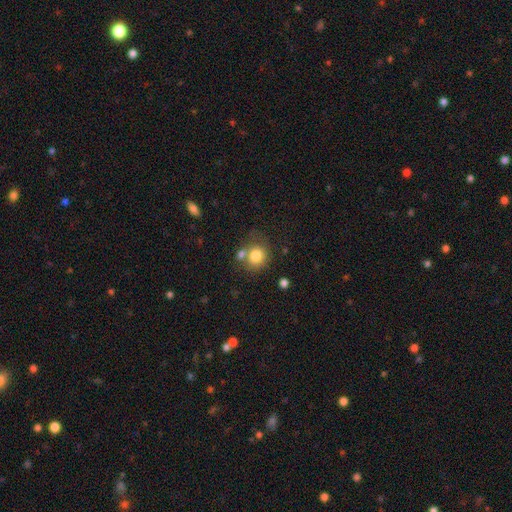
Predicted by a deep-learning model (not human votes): smooth-or-featured: smooth: 80% | featured or disk: 10% | star or artifact: 10%
  how-rounded: round: 81% | in between: 19% | cigar-shaped: 1%
  merging: none: 54% | merger: 26% | minor disturbance: 14% | major disturbance: 6%